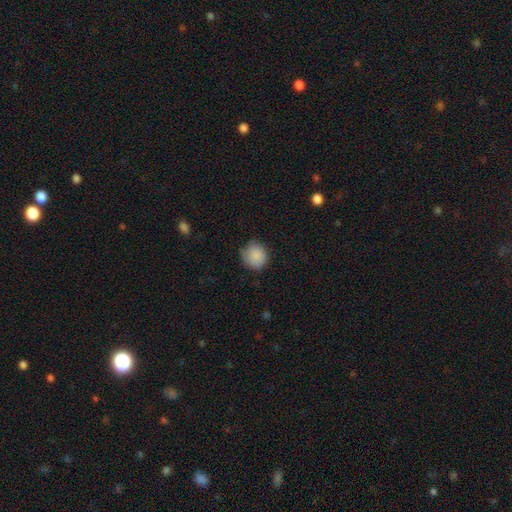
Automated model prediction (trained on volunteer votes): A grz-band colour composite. It shows a smooth galaxy with no disk features (87%) that is round (87%). Merging: none (76%).